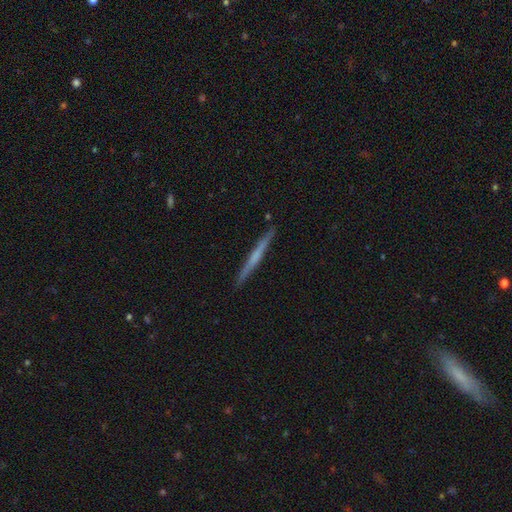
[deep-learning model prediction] Morphology: type=featured or disk (55%); edge-on=yes (98%); edge-on bulge=none (73%); merging=none (92%).